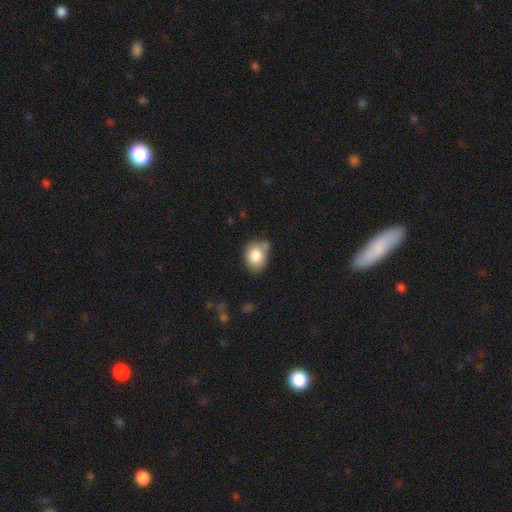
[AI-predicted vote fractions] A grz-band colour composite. It shows a smooth galaxy with no disk features (83%) that is in between round and cigar-shaped (54%). Merging: none (56%).